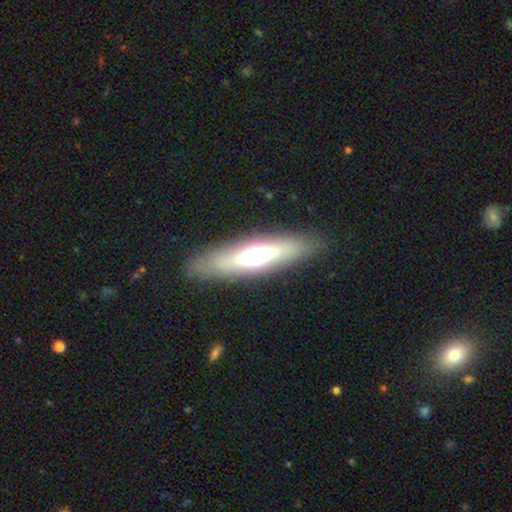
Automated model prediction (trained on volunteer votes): A featured or disk galaxy (49%). Merging: none (87%).